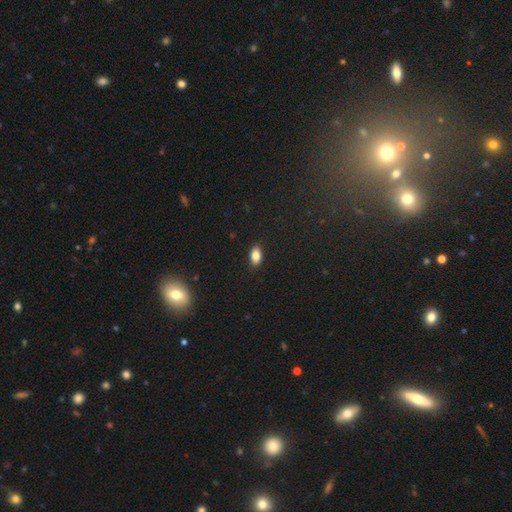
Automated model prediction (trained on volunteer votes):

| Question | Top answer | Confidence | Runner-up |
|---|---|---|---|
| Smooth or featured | smooth | 83% | star or artifact (9%) |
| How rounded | in between | 89% | round (7%) |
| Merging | none | 88% | minor disturbance (9%) |